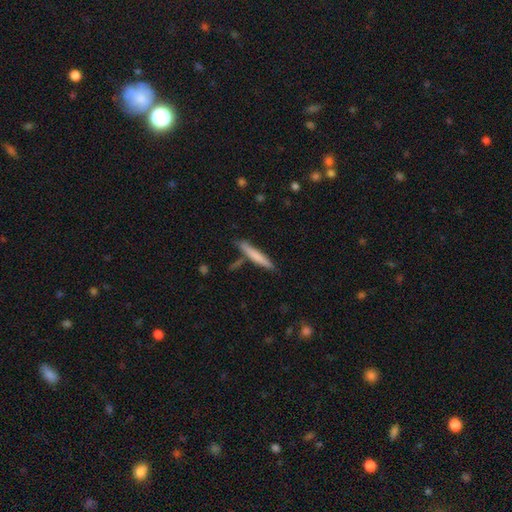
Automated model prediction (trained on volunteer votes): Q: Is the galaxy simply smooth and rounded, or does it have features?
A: smooth — 71%.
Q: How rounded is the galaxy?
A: cigar-shaped — 94%.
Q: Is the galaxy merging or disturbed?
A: none — 79%.